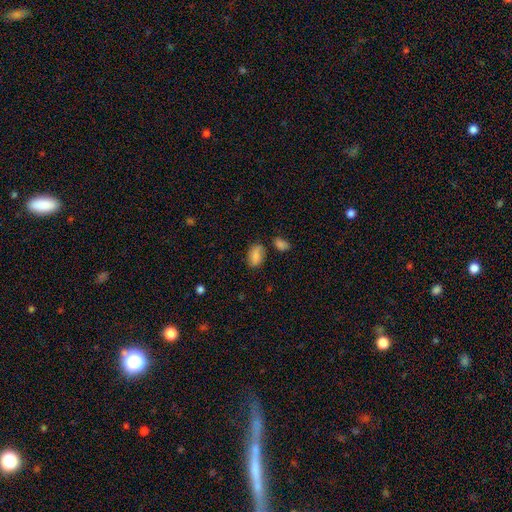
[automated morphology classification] Smooth or featured?
  - smooth: 76% *
  - featured or disk: 15%
  - star or artifact: 10%
How rounded?
  - in between: 88% *
  - round: 10%
  - cigar-shaped: 2%
Merging?
  - none: 63% *
  - minor disturbance: 22%
  - merger: 8%
  - major disturbance: 7%